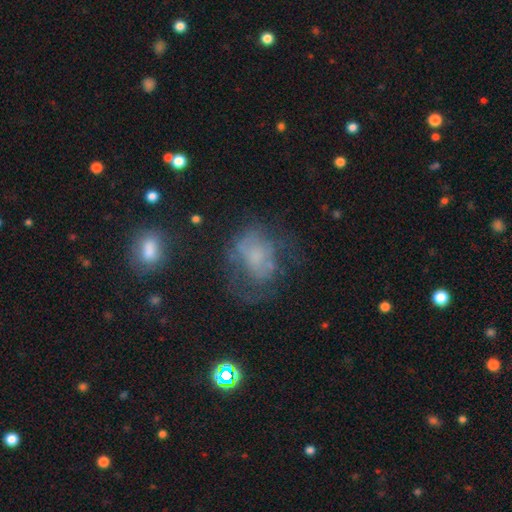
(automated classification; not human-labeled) A featured or disk galaxy (44%). Merging: none (40%).